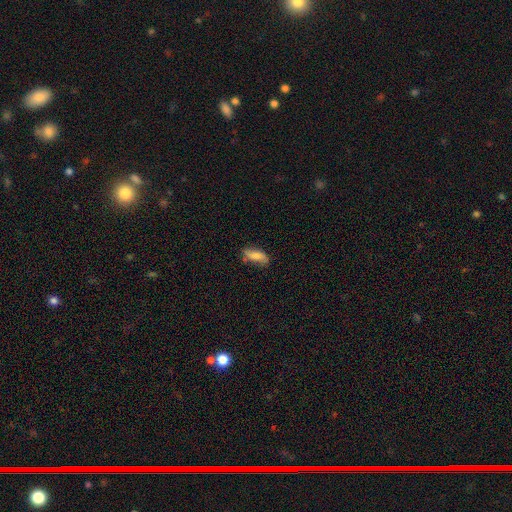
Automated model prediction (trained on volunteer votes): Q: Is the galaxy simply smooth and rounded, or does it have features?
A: smooth — 76%.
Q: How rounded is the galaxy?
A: in between — 77%.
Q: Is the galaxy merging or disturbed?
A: none — 62%.